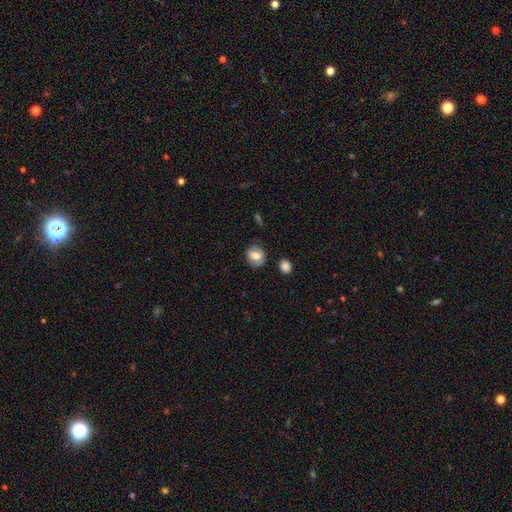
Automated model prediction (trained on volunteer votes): This appears to be a smooth galaxy with no disk features (71%) that is round (63%). Merging: none (77%).